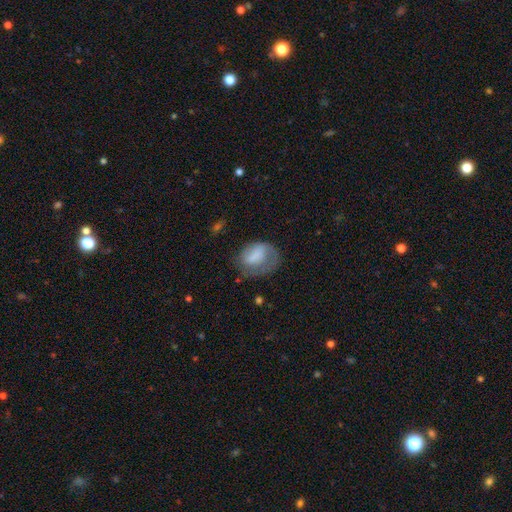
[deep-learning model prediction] This appears to be a smooth galaxy with no disk features (61%) that is in between round and cigar-shaped (62%). Merging: none (39%).